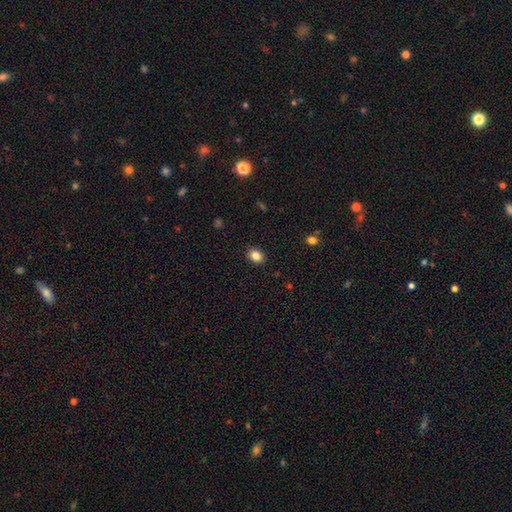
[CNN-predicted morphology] type=smooth (84%); roundness=in between (58%); merging=none (90%).